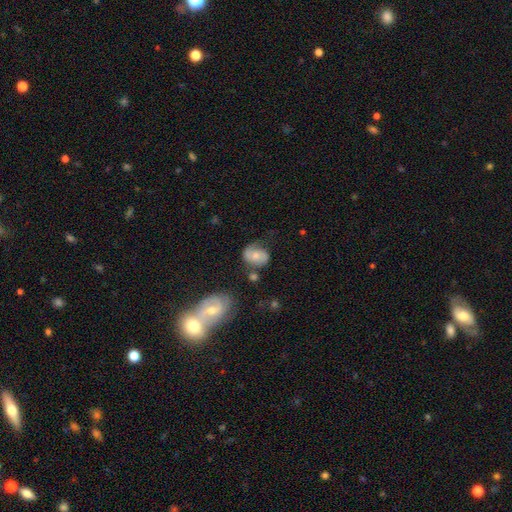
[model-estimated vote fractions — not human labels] Smooth or featured? featured or disk (47%)
Merging? none (48%)